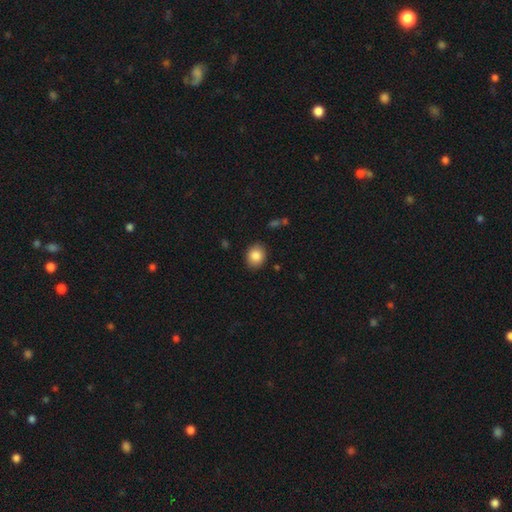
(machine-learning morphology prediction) This appears to be a smooth galaxy with no disk features (86%) that is round (58%). Merging: none (87%).